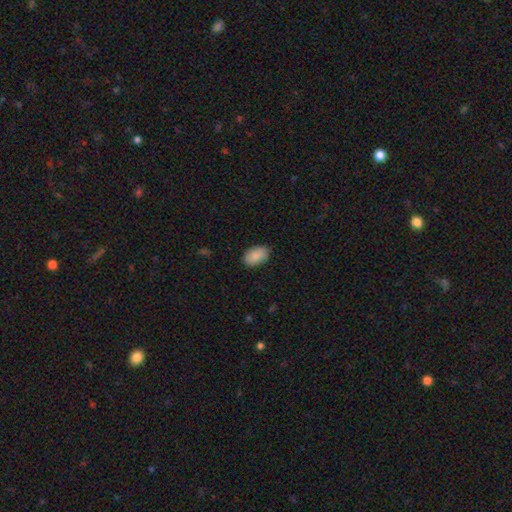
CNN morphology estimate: Q: Smooth or featured?
A: smooth (88%); runner-up: star or artifact (7%)
Q: How rounded?
A: in between (87%); runner-up: round (12%)
Q: Merging?
A: none (84%); runner-up: minor disturbance (13%)